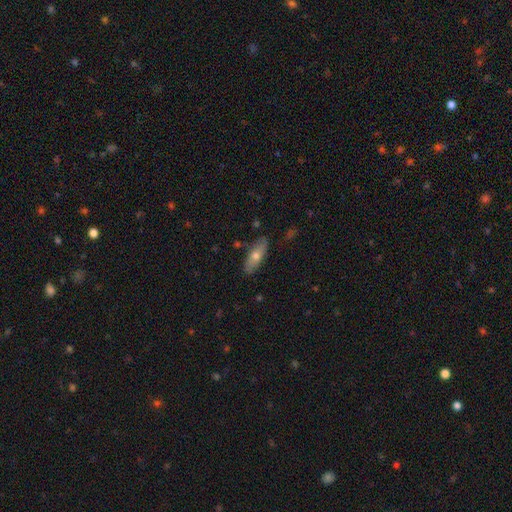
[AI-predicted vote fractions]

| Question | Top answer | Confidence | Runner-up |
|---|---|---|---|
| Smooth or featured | smooth | 59% | featured or disk (35%) |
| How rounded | in between | 64% | cigar-shaped (33%) |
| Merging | none | 84% | minor disturbance (12%) |